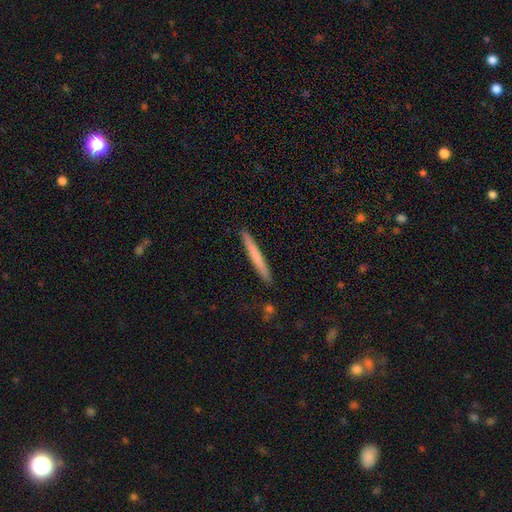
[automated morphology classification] Overall: smooth (63%; featured or disk 31%). How rounded: cigar-shaped (97%). Merging: none (92%).